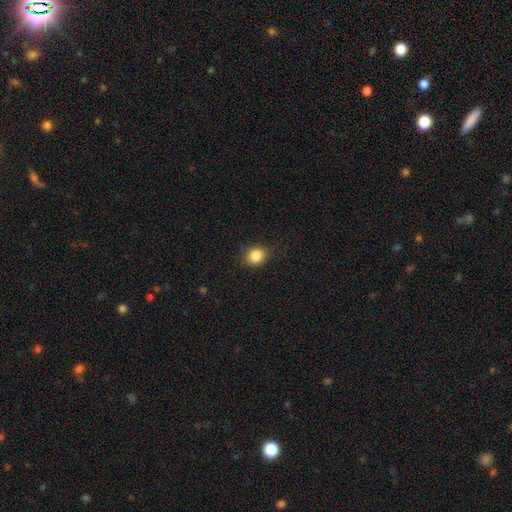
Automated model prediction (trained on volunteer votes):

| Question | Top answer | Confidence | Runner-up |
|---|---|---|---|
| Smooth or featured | smooth | 85% | star or artifact (11%) |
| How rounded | round | 75% | in between (24%) |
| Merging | none | 84% | minor disturbance (12%) |